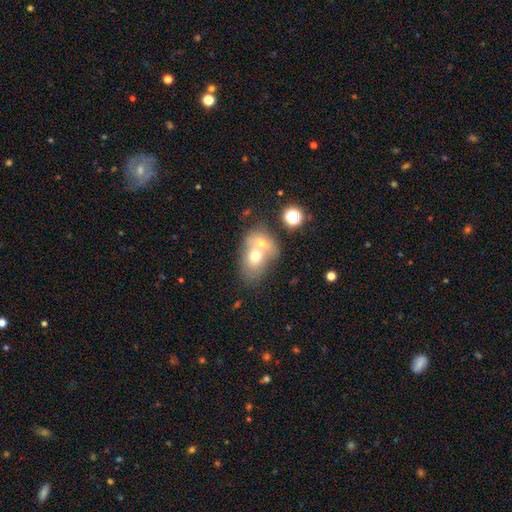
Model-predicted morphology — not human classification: type=smooth (60%); roundness=in between (63%); merging=merger (70%).